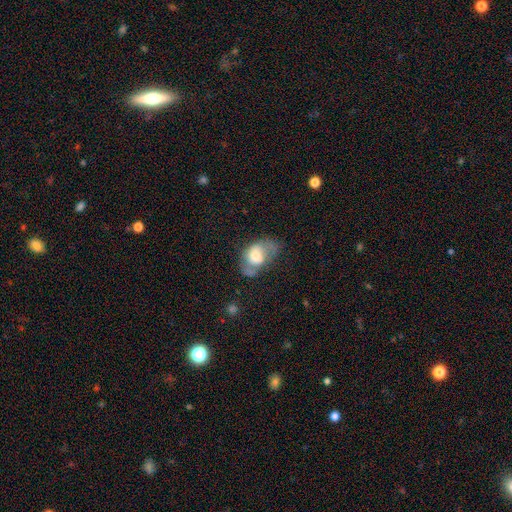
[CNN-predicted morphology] Overall: smooth (50%; featured or disk 42%). How rounded: in between (79%). Merging: none (40%; minor disturbance 30%).